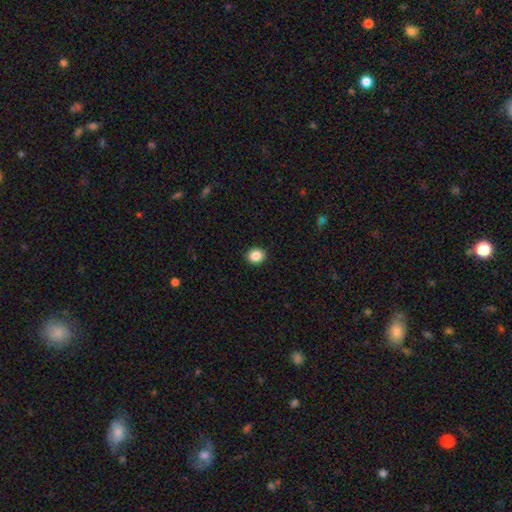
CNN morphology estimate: A smooth galaxy with no disk features (87%) that is round (76%).

Vote fractions:
- Smooth or featured? smooth: 87% / star or artifact: 9% / featured or disk: 4%
- How rounded? round: 76% / in between: 23% / cigar-shaped: 1%
- Merging? none: 92% / minor disturbance: 5% / major disturbance: 2% / merger: 1%